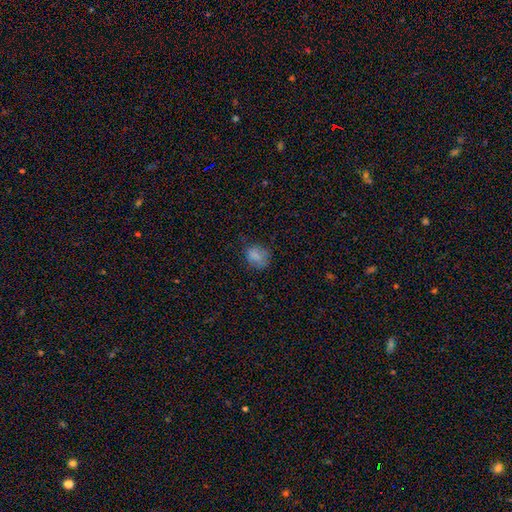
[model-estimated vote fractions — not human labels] smooth-or-featured: smooth: 79% | star or artifact: 12% | featured or disk: 9%
  how-rounded: round: 53% | in between: 45% | cigar-shaped: 1%
  merging: none: 67% | minor disturbance: 23% | major disturbance: 8% | merger: 1%